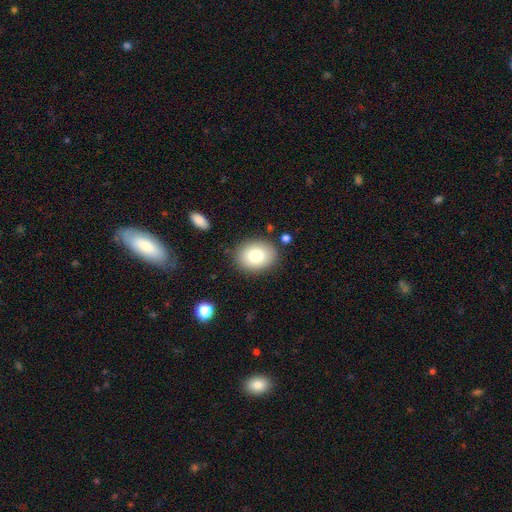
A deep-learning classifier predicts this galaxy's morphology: Smooth or featured? smooth (81%)
How rounded? in between (56%)
Merging? none (85%)